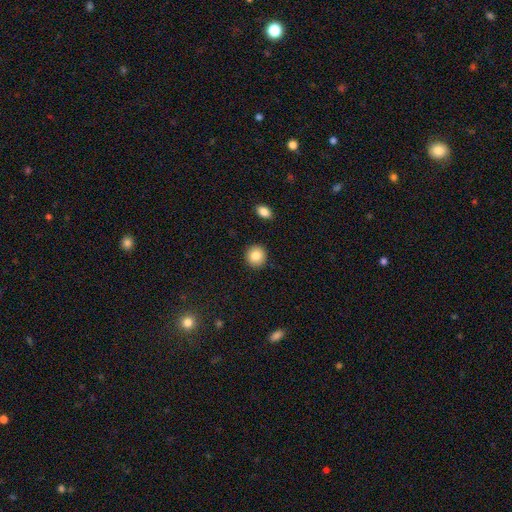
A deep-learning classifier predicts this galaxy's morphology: A smooth galaxy with no disk features (86%) that is round (91%).

Vote fractions:
- Smooth or featured? smooth: 86% / star or artifact: 8% / featured or disk: 5%
- How rounded? round: 91% / in between: 8% / cigar-shaped: 1%
- Merging? none: 92% / minor disturbance: 5% / major disturbance: 2% / merger: 1%